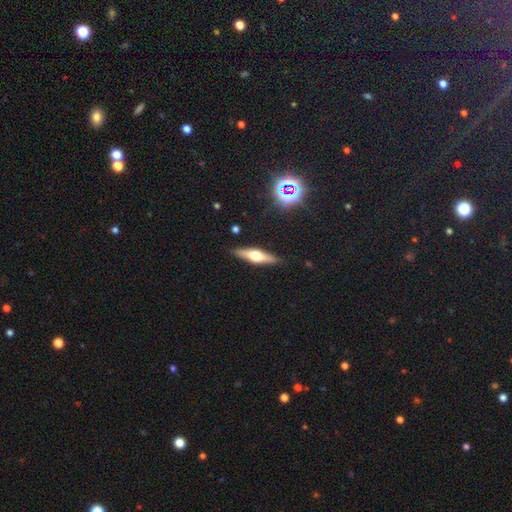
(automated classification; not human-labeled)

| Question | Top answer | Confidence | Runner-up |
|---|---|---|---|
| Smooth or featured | featured or disk | 57% | smooth (35%) |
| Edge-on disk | yes | 93% | no (7%) |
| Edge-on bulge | rounded | 93% | boxy (5%) |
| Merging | none | 88% | minor disturbance (9%) |